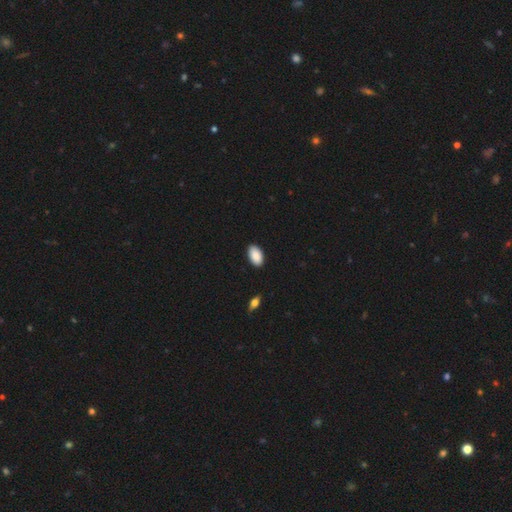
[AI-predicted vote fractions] Overall: smooth (90%). How rounded: in between (95%). Merging: none (89%).